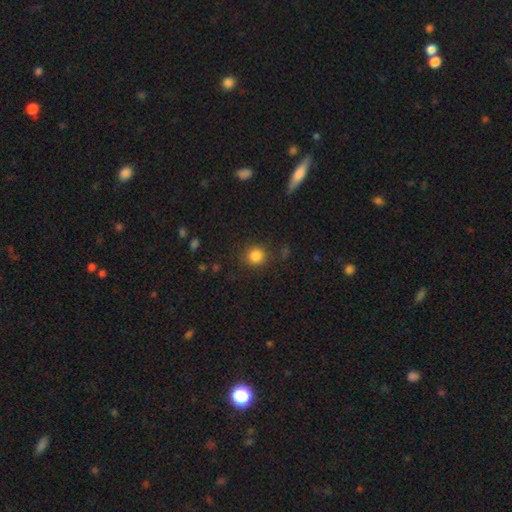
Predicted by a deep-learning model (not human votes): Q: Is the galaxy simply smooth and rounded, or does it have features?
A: smooth — 85%.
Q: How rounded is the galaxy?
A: round — 91%.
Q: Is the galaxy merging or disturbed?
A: none — 87%.